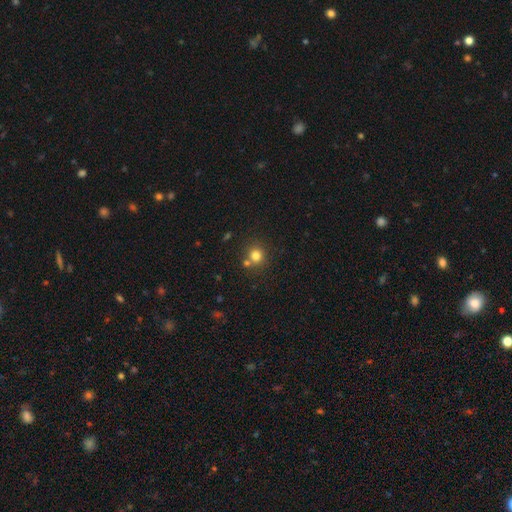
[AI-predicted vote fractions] Smooth or featured? Predicted: smooth (p=0.79). How rounded? Predicted: round (p=0.90). Merging? Predicted: none (p=0.69).